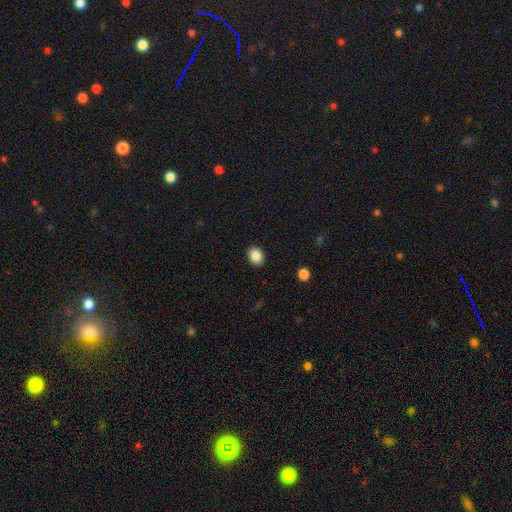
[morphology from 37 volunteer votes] Smooth or featured? 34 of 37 (92%) said smooth. How rounded? 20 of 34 (59%) said in between. Merging? 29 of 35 (83%) said none.